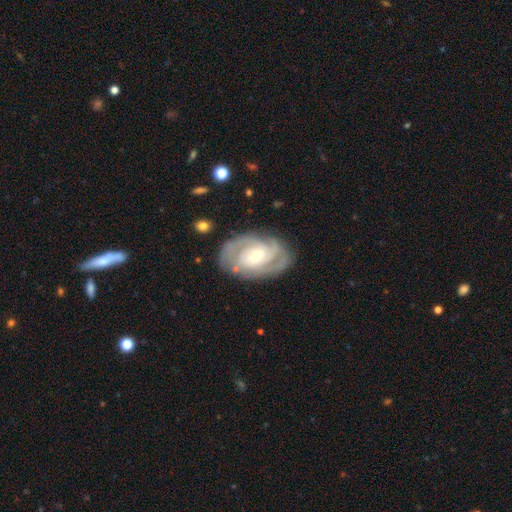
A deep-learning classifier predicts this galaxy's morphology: Overall: featured or disk (85%). Edge-on disk: no (97%). Bar: weak (46%; no 39%). Spiral arms: yes (96%). Spiral arm count: 2 (36%; 3 28%). Spiral winding: tight (61%; medium 33%). Bulge size: moderate (54%; small 29%). Merging: none (79%).